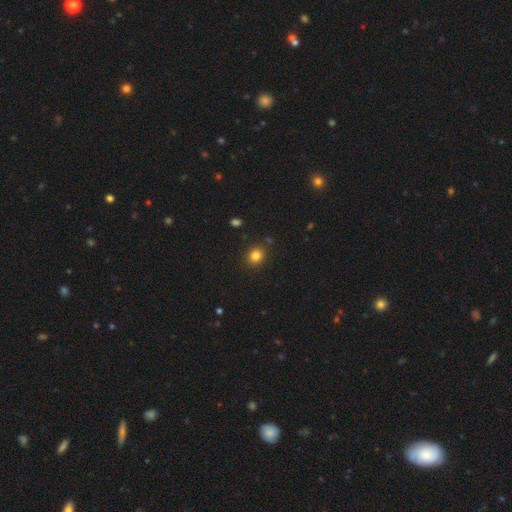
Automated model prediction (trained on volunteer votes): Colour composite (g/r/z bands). It shows a smooth galaxy with no disk features (82%) that is round (74%). Merging: none (85%).